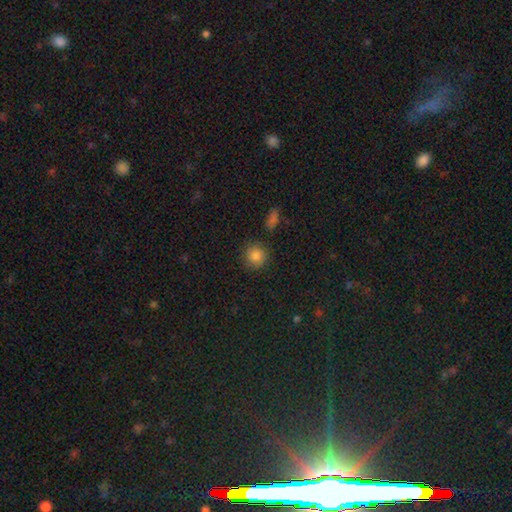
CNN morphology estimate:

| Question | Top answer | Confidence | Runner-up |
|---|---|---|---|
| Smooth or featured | smooth | 84% | star or artifact (10%) |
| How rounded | round | 91% | in between (8%) |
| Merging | none | 85% | minor disturbance (9%) |